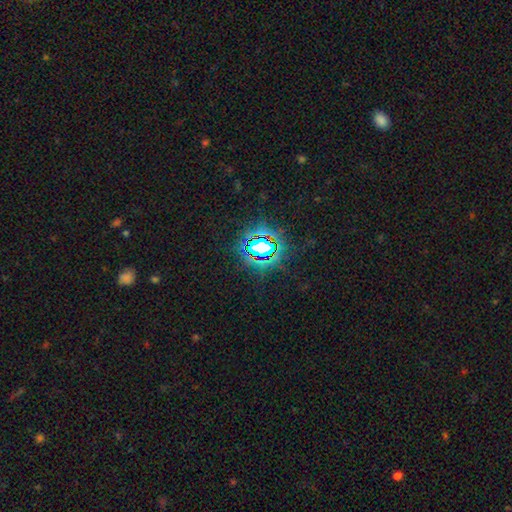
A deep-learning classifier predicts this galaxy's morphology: Overall: star or artifact (80%).